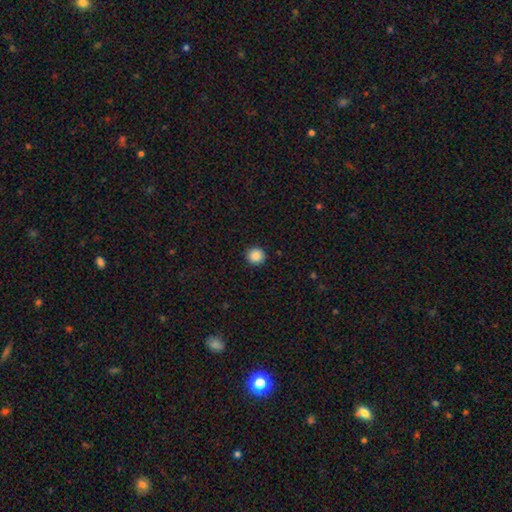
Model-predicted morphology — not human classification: smooth_or_featured: smooth (p=0.88) [alt: star or artifact p=0.09]
how_rounded: round (p=0.93) [alt: in between p=0.06]
merging: none (p=0.92) [alt: minor disturbance p=0.05]